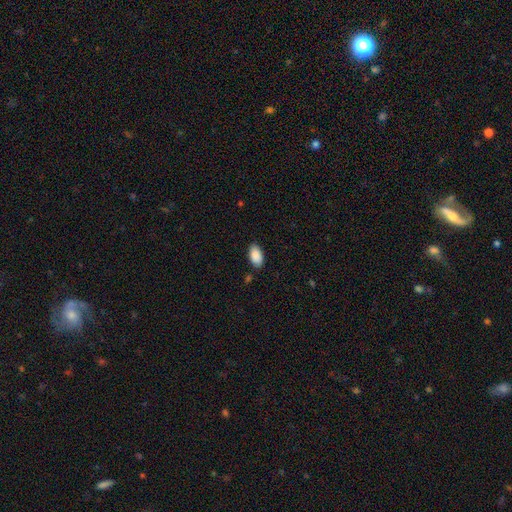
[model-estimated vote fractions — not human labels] Smooth or featured? smooth (90%)
How rounded? in between (95%)
Merging? none (83%)